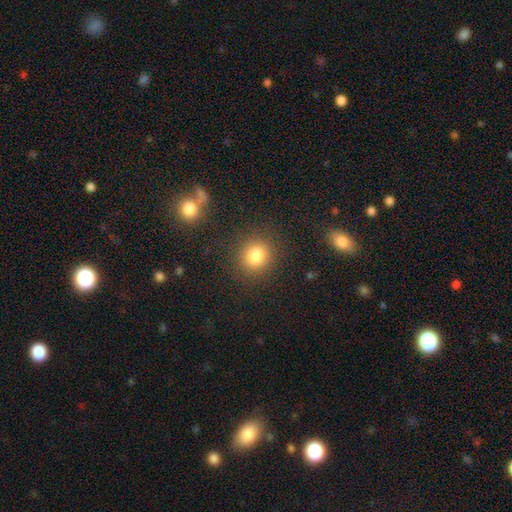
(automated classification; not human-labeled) Smooth or featured?
  - smooth: 81% *
  - star or artifact: 13%
  - featured or disk: 7%
How rounded?
  - round: 85% *
  - in between: 14%
  - cigar-shaped: 1%
Merging?
  - none: 87% *
  - minor disturbance: 7%
  - major disturbance: 3%
  - merger: 2%